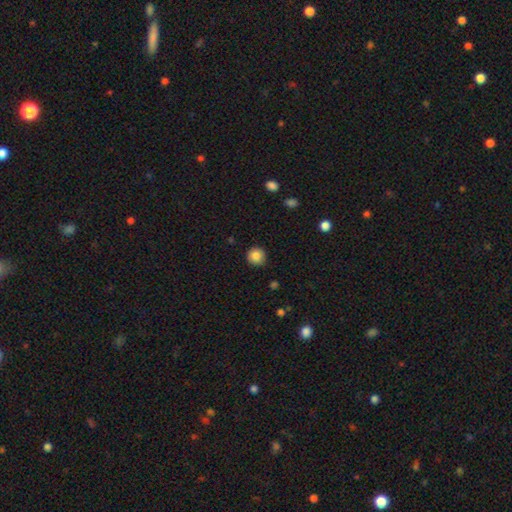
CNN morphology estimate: Smooth or featured: smooth — 85% (star or artifact — 10%)
How rounded: round — 93% (in between — 6%)
Merging: none — 88% (minor disturbance — 8%)